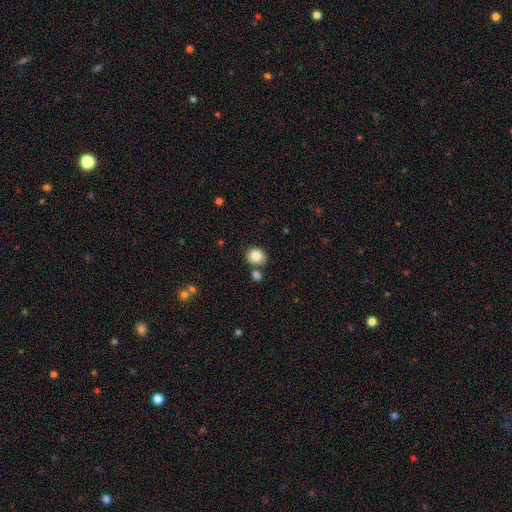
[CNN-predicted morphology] smooth-or-featured: smooth: 83% | star or artifact: 9% | featured or disk: 7%
  how-rounded: round: 76% | in between: 23% | cigar-shaped: 1%
  merging: none: 71% | merger: 15% | minor disturbance: 11% | major disturbance: 3%